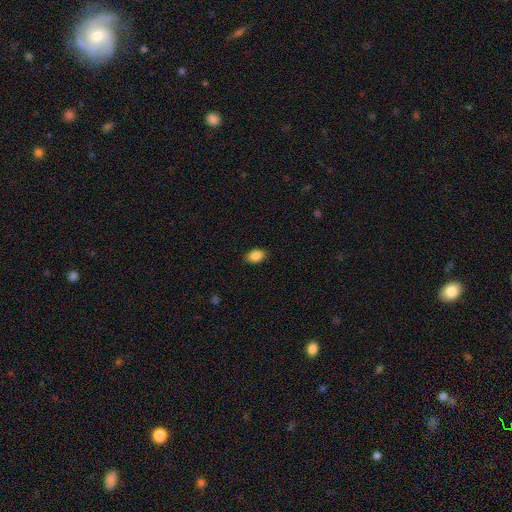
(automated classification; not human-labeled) A smooth galaxy with no disk features (88%) that is in between round and cigar-shaped (85%). Merging: none (88%).